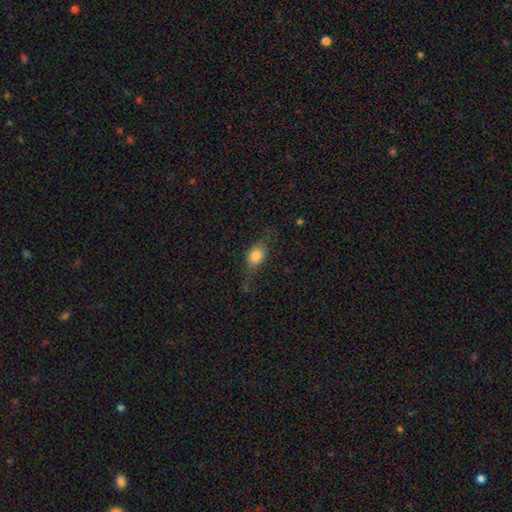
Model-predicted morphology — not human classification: This appears to be a smooth galaxy with no disk features (67%) that is in between round and cigar-shaped (58%). Merging: none (63%).